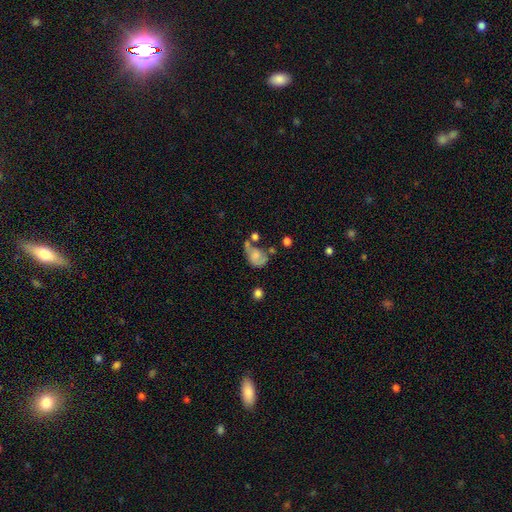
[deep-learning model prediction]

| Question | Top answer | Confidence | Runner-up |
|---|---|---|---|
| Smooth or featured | smooth | 59% | featured or disk (30%) |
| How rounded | in between | 65% | round (33%) |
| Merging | major disturbance | 26% | tied: none (26%) |